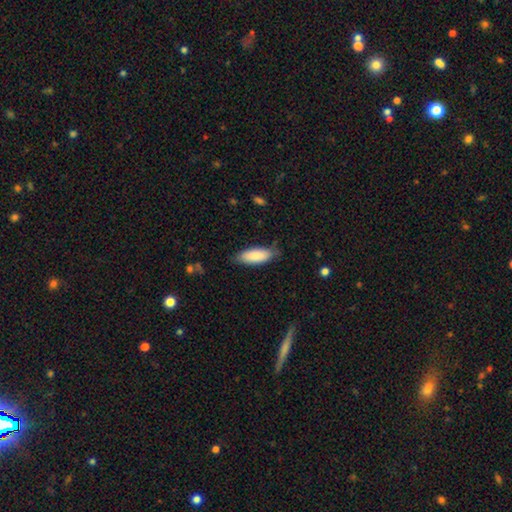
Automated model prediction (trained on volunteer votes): Overall: smooth (87%). How rounded: in between (73%). Merging: none (76%).